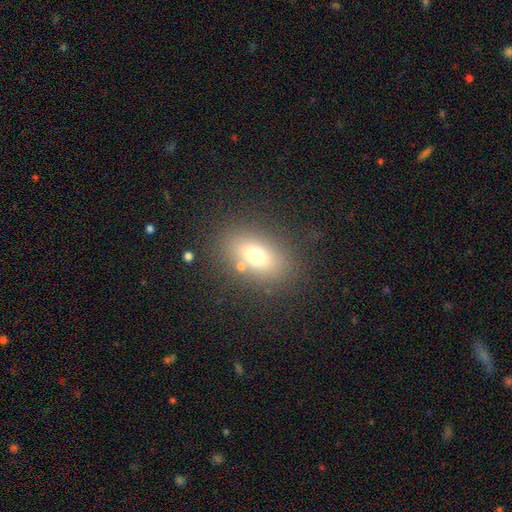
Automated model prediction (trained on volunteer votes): smooth 70%, featured or disk 17%, star or artifact 13%. Down the decision tree: how rounded — in between (80%); merging — none (78%).